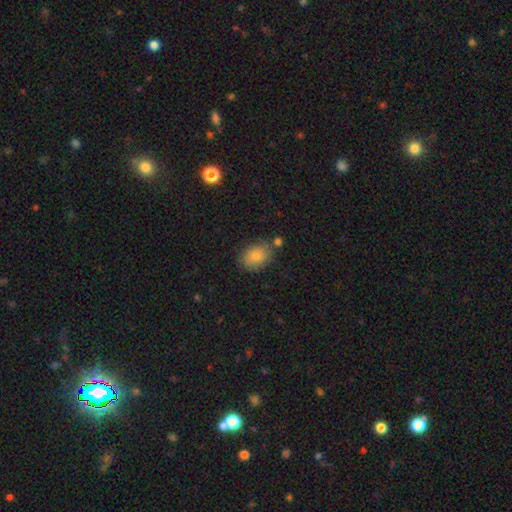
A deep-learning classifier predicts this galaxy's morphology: type=smooth (76%); roundness=in between (74%); merging=none (76%).